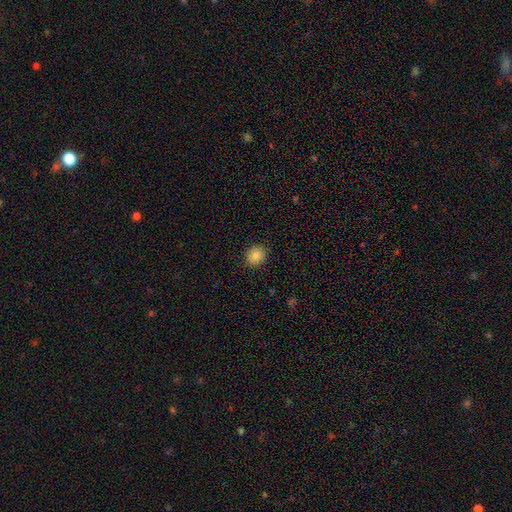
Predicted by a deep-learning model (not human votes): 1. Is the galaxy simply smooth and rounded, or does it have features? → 86% smooth, 10% star or artifact, 4% featured or disk.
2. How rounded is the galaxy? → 77% round, 22% in between, 1% cigar-shaped.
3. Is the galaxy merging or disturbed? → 89% none, 8% minor disturbance, 2% major disturbance, 1% merger.